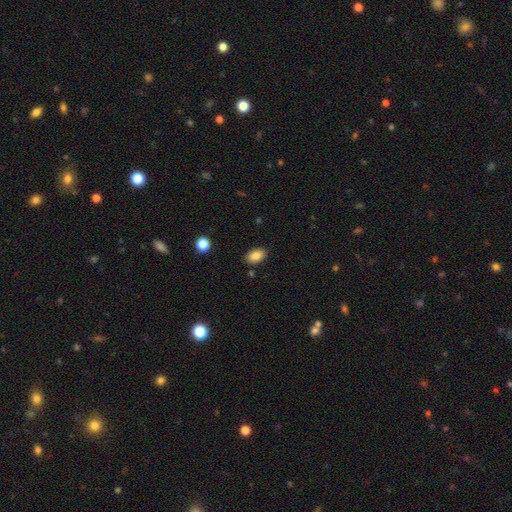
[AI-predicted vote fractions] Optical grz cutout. It shows a smooth galaxy with no disk features (85%) that is in between round and cigar-shaped (90%). Merging: none (85%).